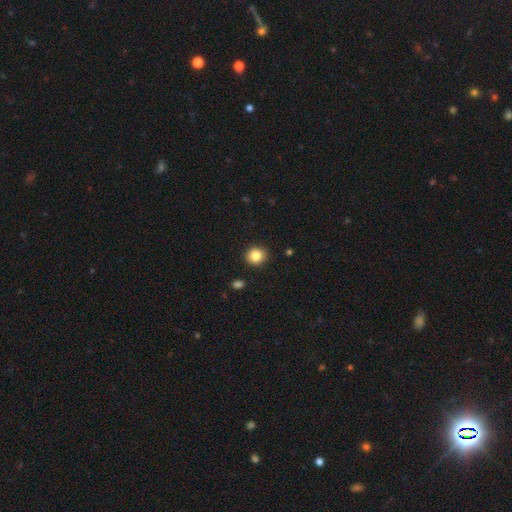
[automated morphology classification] Smooth or featured? Predicted: smooth (p=0.85). How rounded? Predicted: round (p=0.87). Merging? Predicted: none (p=0.92).